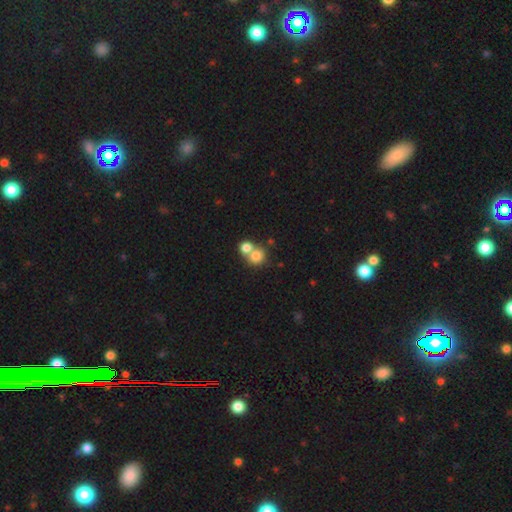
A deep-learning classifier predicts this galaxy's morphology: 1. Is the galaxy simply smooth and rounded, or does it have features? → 78% smooth, 11% featured or disk, 11% star or artifact.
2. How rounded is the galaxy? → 82% round, 17% in between, 1% cigar-shaped.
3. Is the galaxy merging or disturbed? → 54% merger, 37% none, 6% minor disturbance, 3% major disturbance.